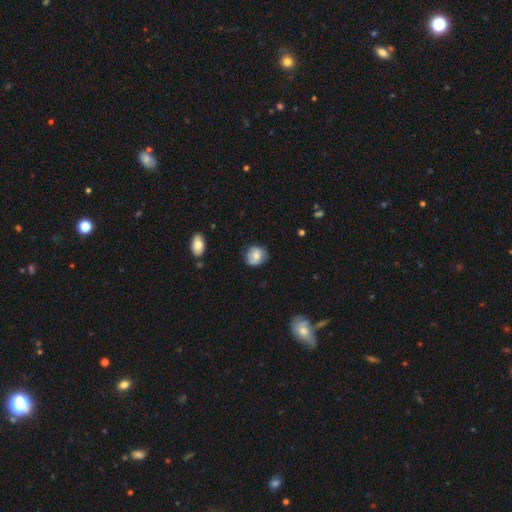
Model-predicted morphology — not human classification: smooth_or_featured: smooth (p=0.64) [alt: featured or disk p=0.28]
how_rounded: round (p=0.70) [alt: in between p=0.29]
merging: none (p=0.71) [alt: minor disturbance p=0.22]